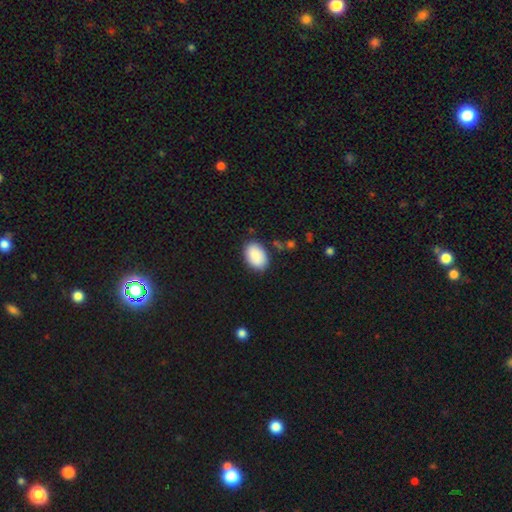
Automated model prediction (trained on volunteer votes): The model was most divided on "merging": none: 83%, minor disturbance: 12%, major disturbance: 3%, merger: 2%. More confident: smooth or featured — smooth (89%); how rounded — in between (89%).